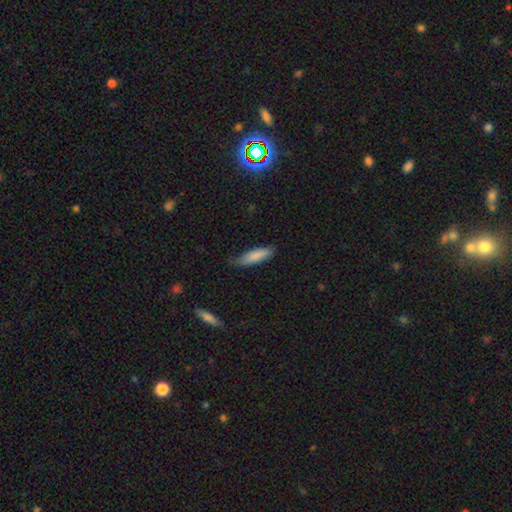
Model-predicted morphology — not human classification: A smooth galaxy with no disk features (85%) that is cigar-shaped (57%).

Vote fractions:
- Smooth or featured? smooth: 85% / featured or disk: 9% / star or artifact: 6%
- How rounded? cigar-shaped: 57% / in between: 41% / round: 1%
- Merging? none: 68% / minor disturbance: 26% / major disturbance: 5% / merger: 1%